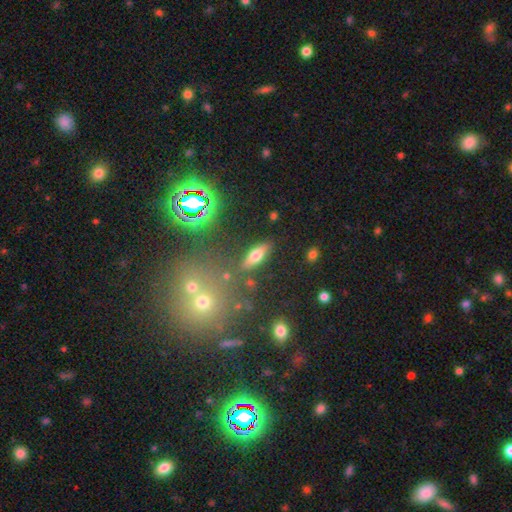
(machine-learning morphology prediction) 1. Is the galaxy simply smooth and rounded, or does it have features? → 54% smooth, 34% featured or disk, 12% star or artifact.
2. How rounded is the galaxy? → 55% in between, 40% cigar-shaped, 5% round.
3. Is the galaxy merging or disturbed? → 83% none, 10% minor disturbance, 4% merger, 3% major disturbance.